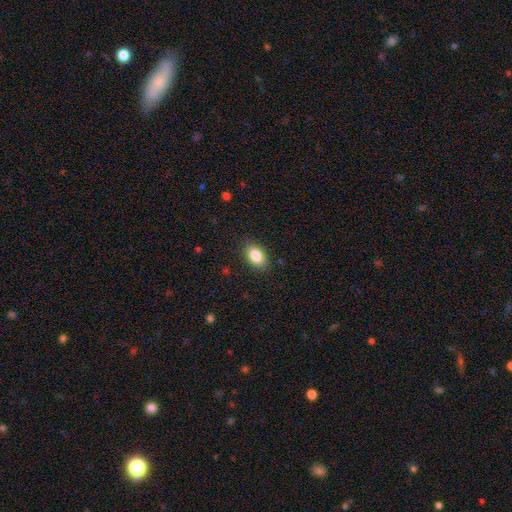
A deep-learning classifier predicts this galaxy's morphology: smooth-or-featured: smooth: 85% | star or artifact: 8% | featured or disk: 7%
  how-rounded: in between: 89% | round: 10% | cigar-shaped: 2%
  merging: none: 87% | minor disturbance: 10% | major disturbance: 3% | merger: 1%